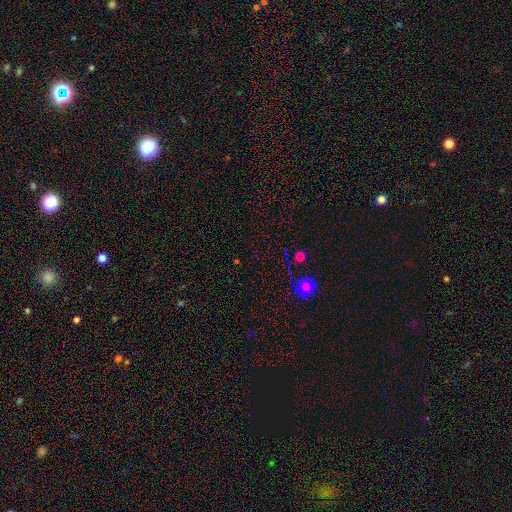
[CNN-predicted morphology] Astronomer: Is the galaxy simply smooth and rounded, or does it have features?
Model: star or artifact — 59%.